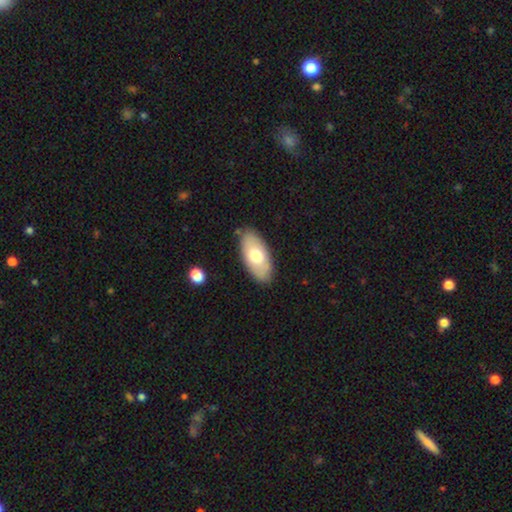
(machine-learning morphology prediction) Overall: smooth (66%; featured or disk 28%). How rounded: in between (93%). Merging: none (82%).